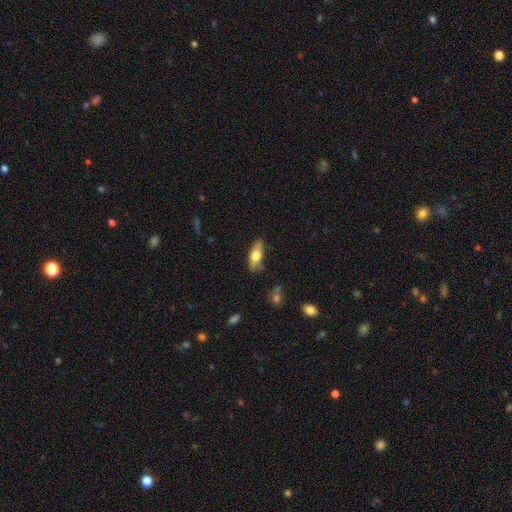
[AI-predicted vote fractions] This is likely a smooth galaxy (66%). How rounded: likely in between (69%). Merging: likely none (79%).